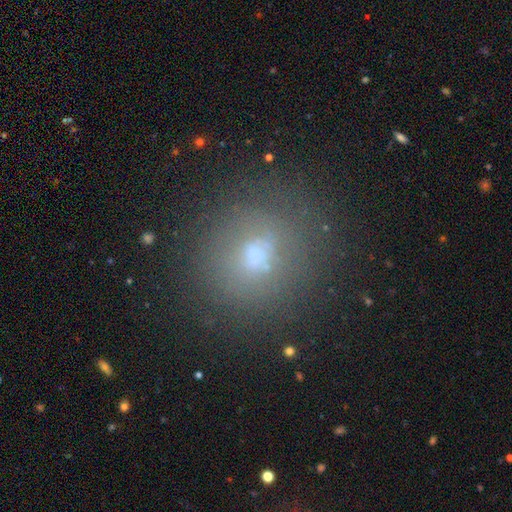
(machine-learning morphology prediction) Smooth or featured?
  - smooth: 59% *
  - featured or disk: 20%
  - star or artifact: 20%
How rounded?
  - round: 84% *
  - in between: 15%
  - cigar-shaped: 1%
Merging?
  - none: 76% *
  - minor disturbance: 14%
  - major disturbance: 7%
  - merger: 3%